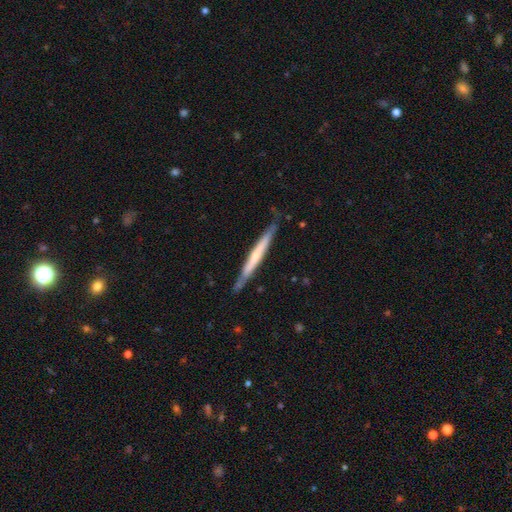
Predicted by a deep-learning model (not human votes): Morphology: type=featured or disk (60%); edge-on=yes (96%); edge-on bulge=none (55%); merging=none (86%).